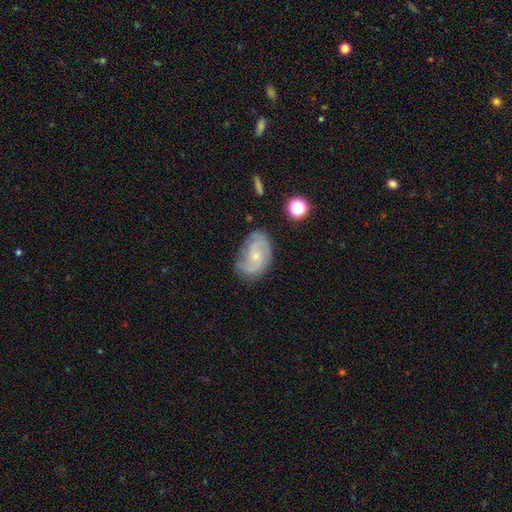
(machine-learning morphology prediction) Smooth or featured?
  - featured or disk: 79% *
  - smooth: 14%
  - star or artifact: 7%
Edge-on disk?
  - no: 97% *
  - yes: 3%
Bar?
  - no: 65% *
  - weak: 31%
  - strong: 5%
Spiral arms?
  - yes: 95% *
  - no: 5%
Spiral winding?
  - medium: 46% *
  - tight: 38%
  - loose: 16%
Spiral arm count?
  - 2: 66% *
  - can't tell: 15%
  - 3: 11%
  - 1: 4%
  - 4: 2%
  - more than 4: 2%
Bulge size?
  - small: 73% *
  - moderate: 21%
  - none: 4%
  - large: 1%
  - dominant: 1%
Merging?
  - none: 70% *
  - minor disturbance: 21%
  - major disturbance: 7%
  - merger: 2%